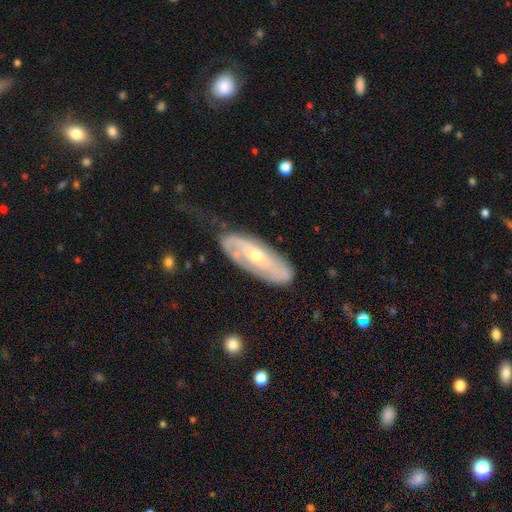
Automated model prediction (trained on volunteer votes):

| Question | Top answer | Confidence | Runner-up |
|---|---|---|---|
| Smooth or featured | featured or disk | 71% | smooth (23%) |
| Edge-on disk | no | 84% | yes (16%) |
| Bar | no | 62% | weak (27%) |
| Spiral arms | yes | 75% | no (25%) |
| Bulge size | small | 49% | moderate (47%) |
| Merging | none | 61% | minor disturbance (24%) |